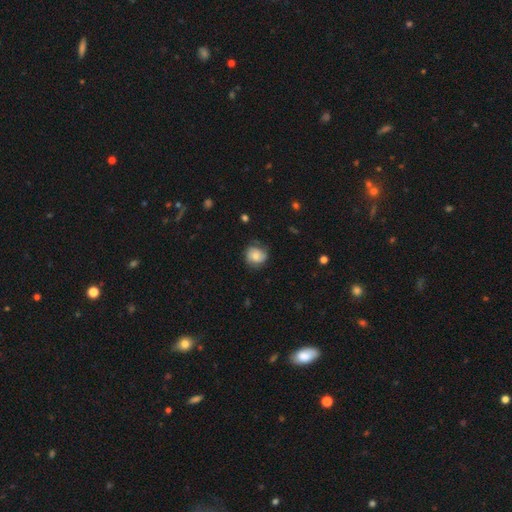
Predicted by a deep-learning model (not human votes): Overall: smooth (55%; featured or disk 37%). How rounded: round (80%). Merging: none (68%).